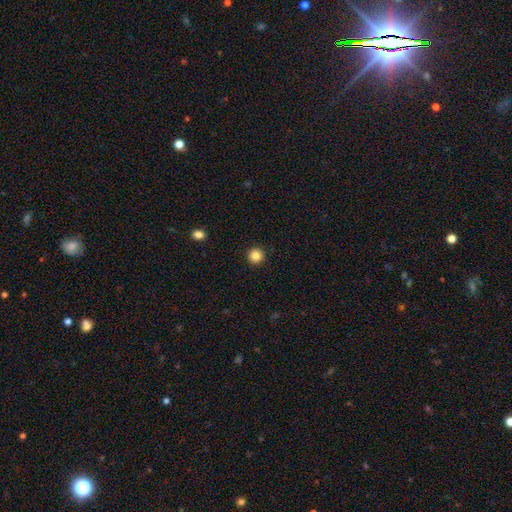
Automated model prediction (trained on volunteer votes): Smooth or featured?
  - smooth: 85% *
  - star or artifact: 11%
  - featured or disk: 4%
How rounded?
  - round: 95% *
  - in between: 4%
  - cigar-shaped: 1%
Merging?
  - none: 93% *
  - minor disturbance: 4%
  - major disturbance: 1%
  - merger: 1%